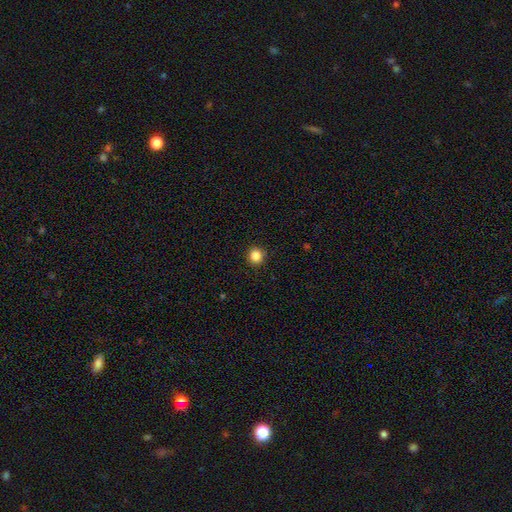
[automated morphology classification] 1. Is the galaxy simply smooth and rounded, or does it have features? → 85% smooth, 11% star or artifact, 4% featured or disk.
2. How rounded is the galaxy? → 92% round, 7% in between, 1% cigar-shaped.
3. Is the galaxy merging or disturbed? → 92% none, 5% minor disturbance, 2% major disturbance, 1% merger.